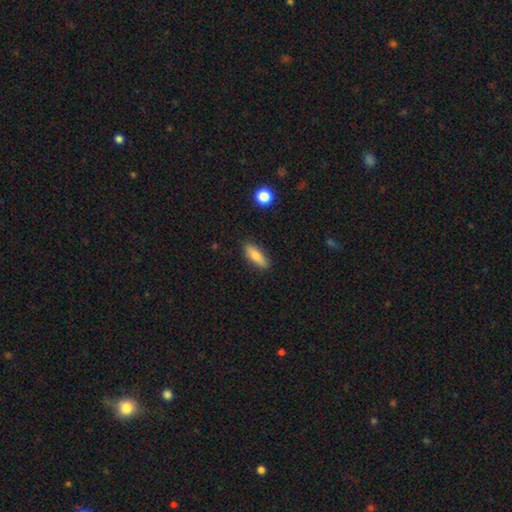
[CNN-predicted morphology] smooth 78%, featured or disk 15%, star or artifact 7%. Down the decision tree: how rounded — in between (57%); merging — none (86%).